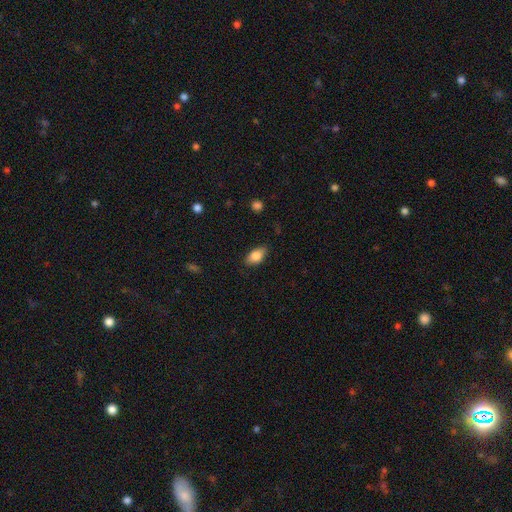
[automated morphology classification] Smooth or featured? smooth (82%)
How rounded? in between (89%)
Merging? none (82%)